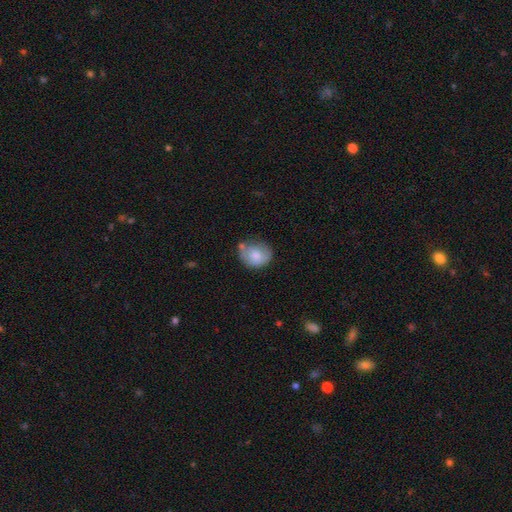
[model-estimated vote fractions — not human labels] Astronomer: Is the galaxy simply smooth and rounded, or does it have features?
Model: smooth — 71%.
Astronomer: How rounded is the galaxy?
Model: round — 60% (runner-up: in between, 39%).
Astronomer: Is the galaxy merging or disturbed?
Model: none — 49% (runner-up: minor disturbance, 30%).